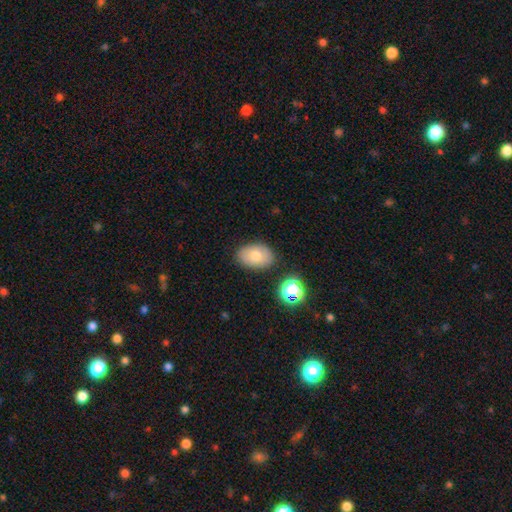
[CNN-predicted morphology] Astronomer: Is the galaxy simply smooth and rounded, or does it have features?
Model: smooth — 76%.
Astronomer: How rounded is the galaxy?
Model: in between — 85%.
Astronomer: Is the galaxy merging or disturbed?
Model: none — 83%.